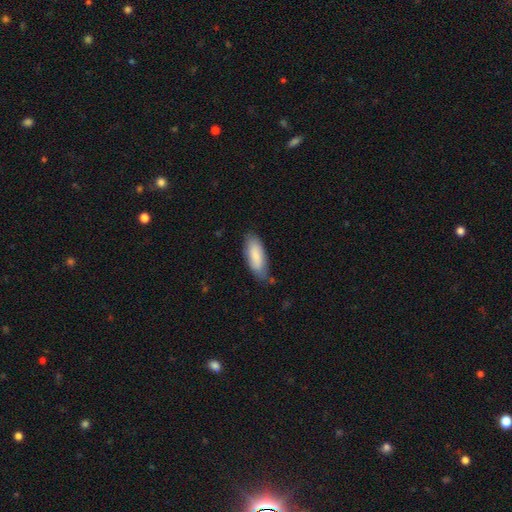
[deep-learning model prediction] Smooth or featured? smooth (84%)
How rounded? in between (80%)
Merging? none (73%)